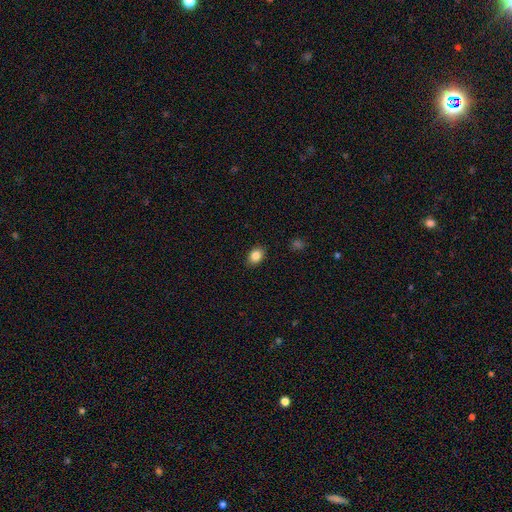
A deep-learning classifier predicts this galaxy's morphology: Smooth or featured? smooth (85%)
How rounded? in between (70%)
Merging? none (88%)